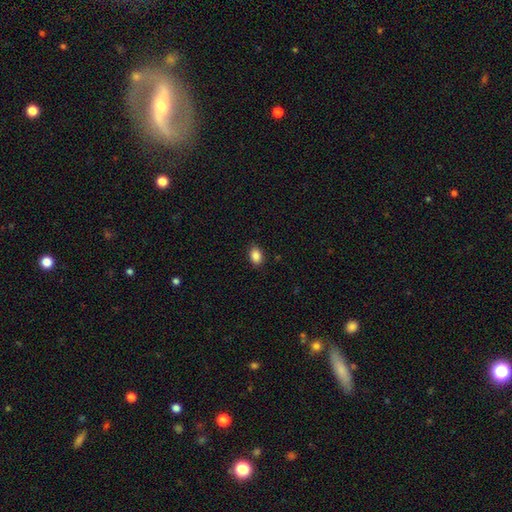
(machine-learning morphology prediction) A smooth galaxy with no disk features (88%) that is in between round and cigar-shaped (82%).

Vote fractions:
- Smooth or featured? smooth: 88% / star or artifact: 9% / featured or disk: 3%
- How rounded? in between: 82% / round: 17% / cigar-shaped: 1%
- Merging? none: 88% / minor disturbance: 9% / major disturbance: 2% / merger: 1%